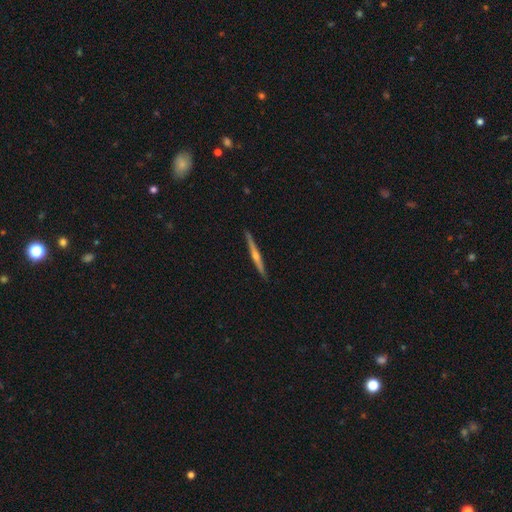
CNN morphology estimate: A featured or disk galaxy (78%) viewed edge-on (98%) with a rounded central bulge (82%). Merging: none (92%).